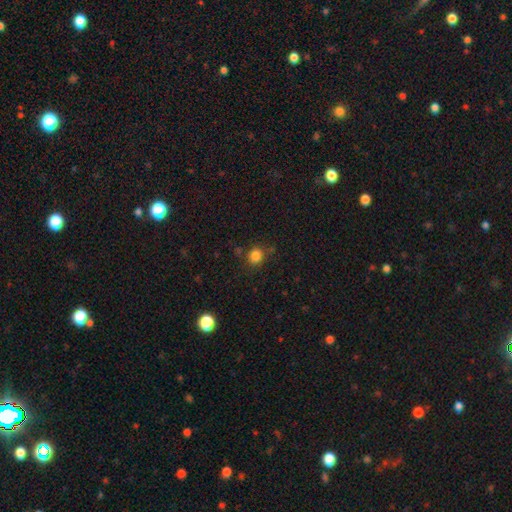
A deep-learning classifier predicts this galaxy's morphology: smooth 83%, star or artifact 13%, featured or disk 4%. Down the decision tree: how rounded — round (83%); merging — none (79%).